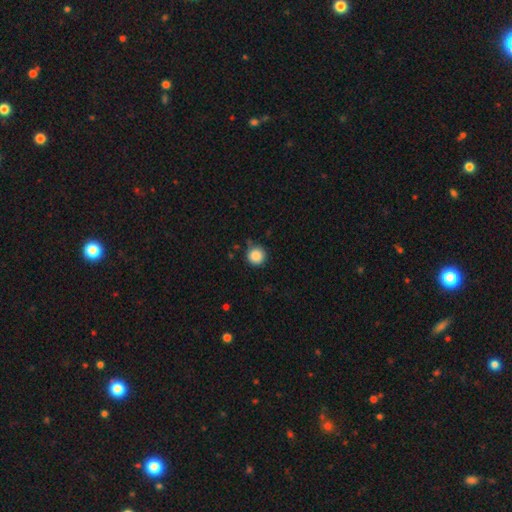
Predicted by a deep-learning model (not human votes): Overall: smooth (87%). How rounded: round (95%). Merging: none (82%).